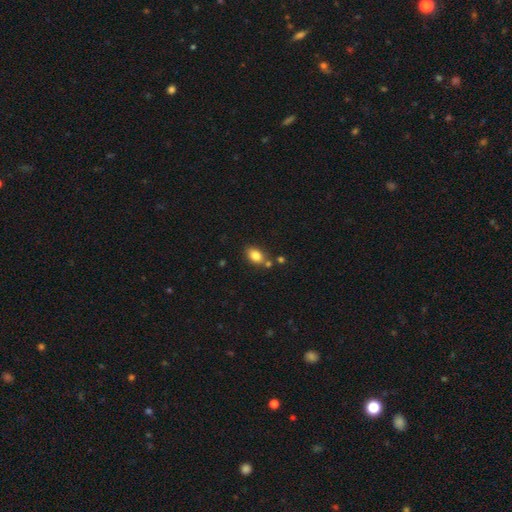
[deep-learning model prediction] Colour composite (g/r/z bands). It shows a smooth galaxy with no disk features (83%) that is in between round and cigar-shaped (81%). Merging: none (69%).